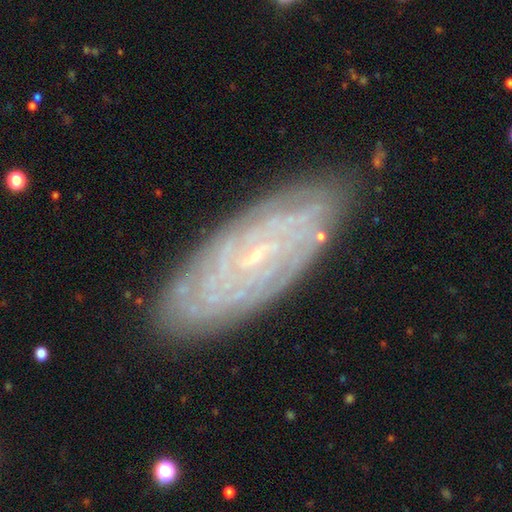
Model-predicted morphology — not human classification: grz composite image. It shows a featured or disk galaxy (78%) with no bar (61%), tight (80%) spiral arms (90%) and a small central bulge (88%). Merging: none (83%).